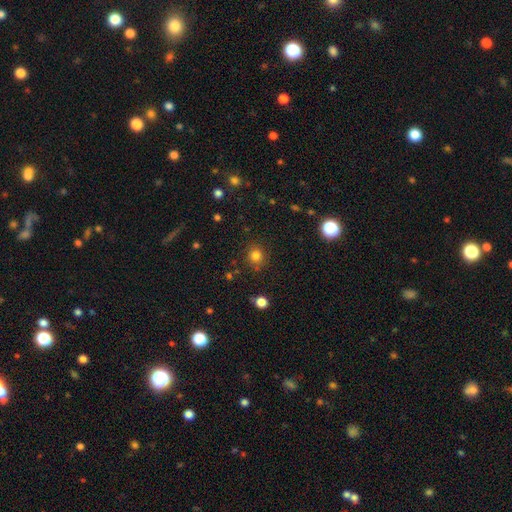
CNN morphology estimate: smooth 81%, star or artifact 14%, featured or disk 5%. Down the decision tree: how rounded — round (89%); merging — none (86%).